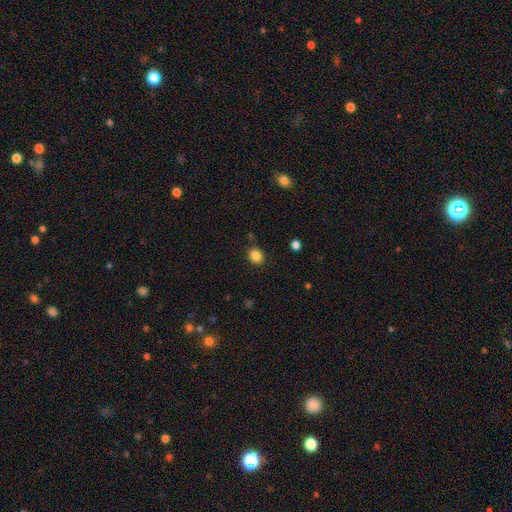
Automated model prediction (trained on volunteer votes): smooth_or_featured: smooth (p=0.85) [alt: star or artifact p=0.11]
how_rounded: round (p=0.66) [alt: in between p=0.33]
merging: none (p=0.85) [alt: minor disturbance p=0.09]